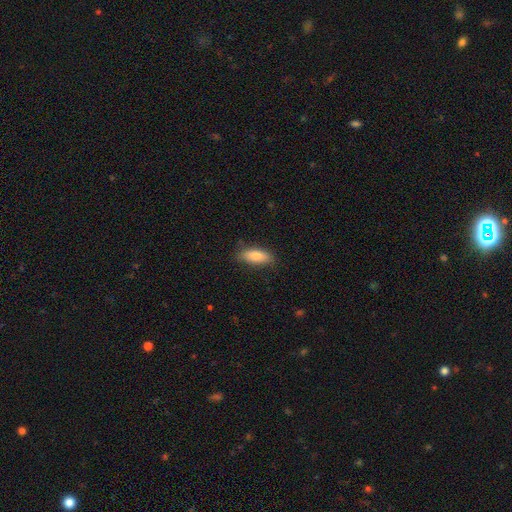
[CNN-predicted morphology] A smooth galaxy with no disk features (80%) that is in between round and cigar-shaped (71%).

Vote fractions:
- Smooth or featured? smooth: 80% / featured or disk: 13% / star or artifact: 7%
- How rounded? in between: 71% / cigar-shaped: 27% / round: 2%
- Merging? none: 82% / minor disturbance: 15% / major disturbance: 3% / merger: 1%